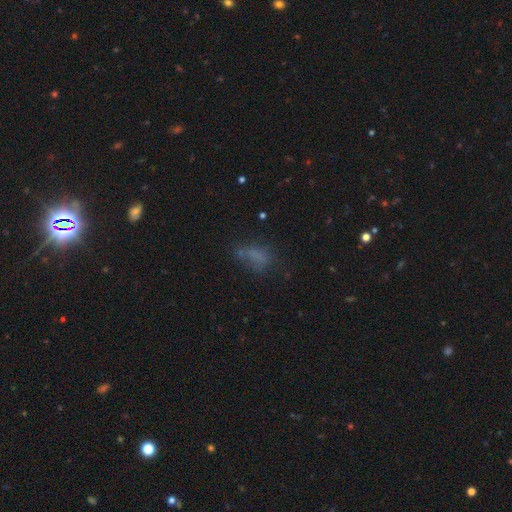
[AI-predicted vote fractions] Q: Smooth or featured?
A: smooth (63%); runner-up: star or artifact (20%)
Q: How rounded?
A: in between (79%); runner-up: cigar-shaped (11%)
Q: Merging?
A: none (48%); runner-up: minor disturbance (24%)